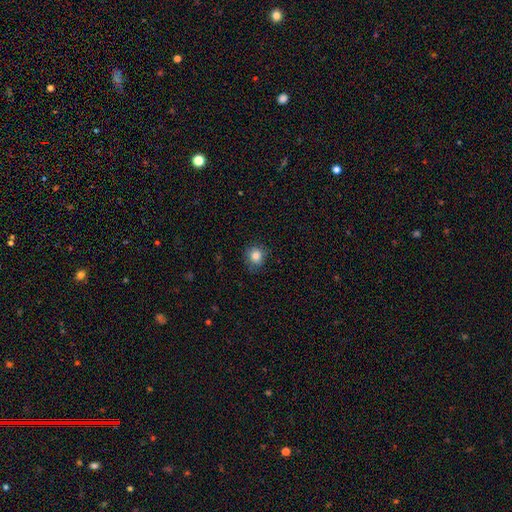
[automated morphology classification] smooth 84%, star or artifact 10%, featured or disk 6%. Down the decision tree: how rounded — round (83%); merging — none (79%).